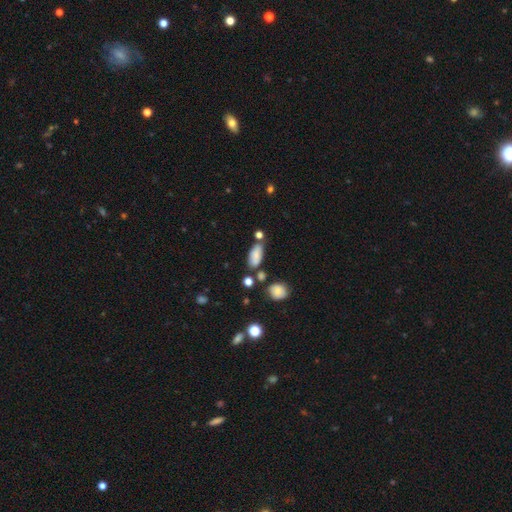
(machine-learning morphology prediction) smooth-or-featured: smooth: 81% | featured or disk: 10% | star or artifact: 9%
  how-rounded: in between: 86% | cigar-shaped: 10% | round: 4%
  merging: none: 63% | minor disturbance: 18% | merger: 13% | major disturbance: 5%